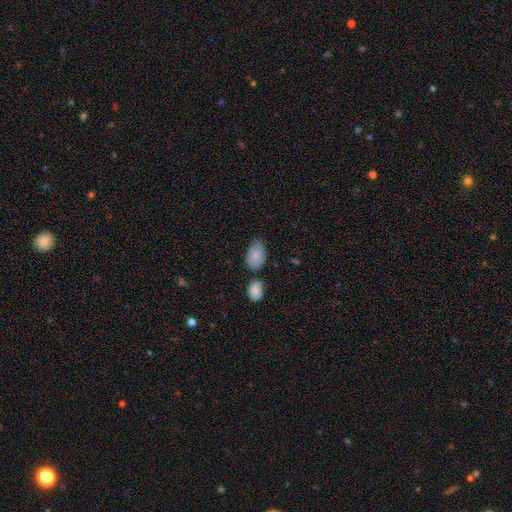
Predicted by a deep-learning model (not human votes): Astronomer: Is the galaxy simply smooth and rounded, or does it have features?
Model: smooth — 82%.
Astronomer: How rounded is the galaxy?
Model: in between — 91%.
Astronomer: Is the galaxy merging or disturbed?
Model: none — 61%.